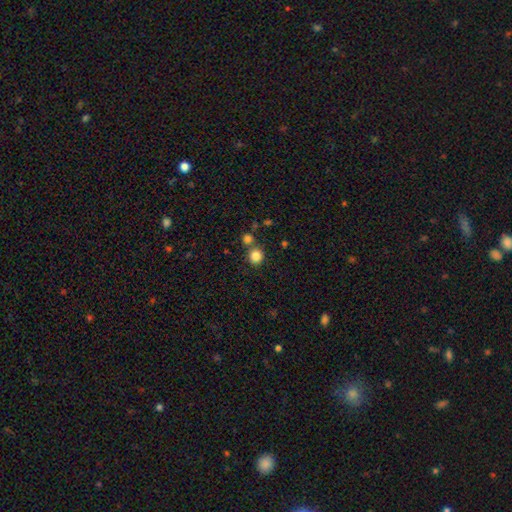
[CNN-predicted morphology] type=smooth (84%); roundness=round (90%); merging=none (72%).